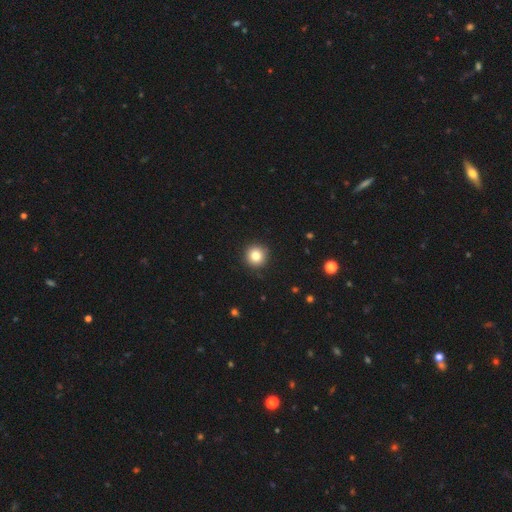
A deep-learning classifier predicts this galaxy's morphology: This appears to be a smooth galaxy with no disk features (82%) that is round (95%). Merging: none (91%).